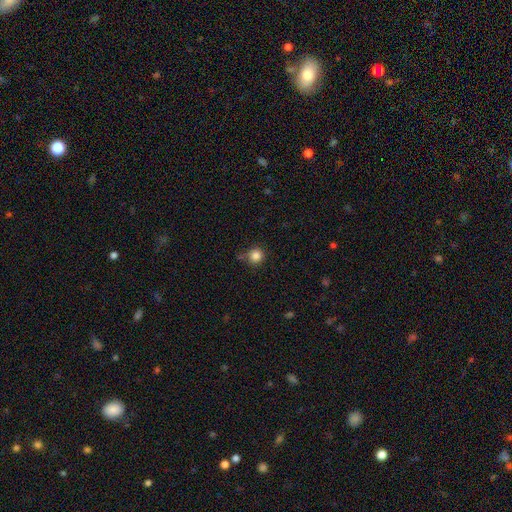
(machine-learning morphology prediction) Smooth or featured? smooth (84%)
How rounded? round (92%)
Merging? none (73%)